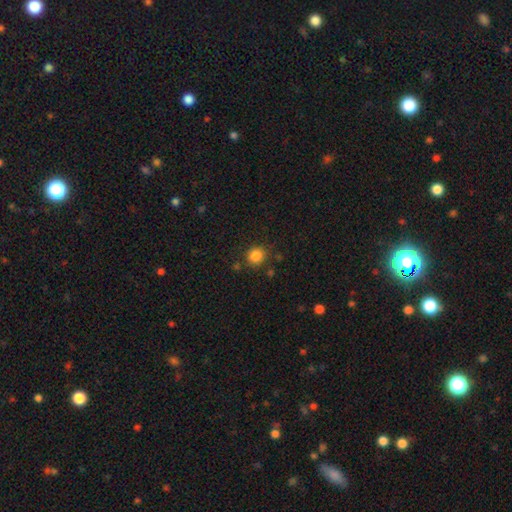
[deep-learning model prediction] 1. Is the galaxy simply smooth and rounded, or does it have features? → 85% smooth, 11% star or artifact, 4% featured or disk.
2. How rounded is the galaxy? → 87% round, 12% in between, 1% cigar-shaped.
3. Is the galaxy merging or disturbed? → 81% none, 11% minor disturbance, 4% merger, 4% major disturbance.